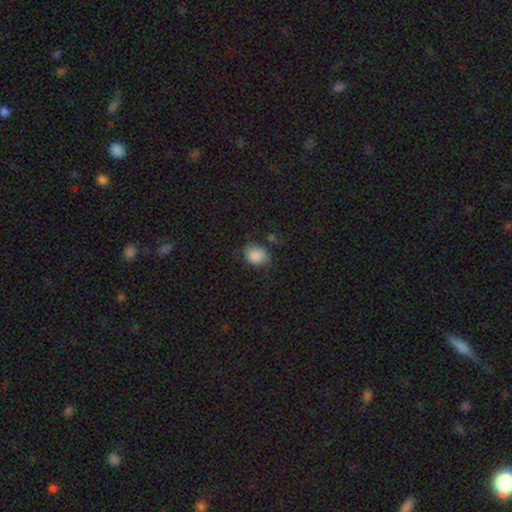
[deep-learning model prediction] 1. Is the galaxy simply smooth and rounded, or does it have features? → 85% smooth, 9% star or artifact, 6% featured or disk.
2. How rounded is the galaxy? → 56% round, 43% in between, 1% cigar-shaped.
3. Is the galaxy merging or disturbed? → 62% none, 25% minor disturbance, 9% major disturbance, 4% merger.